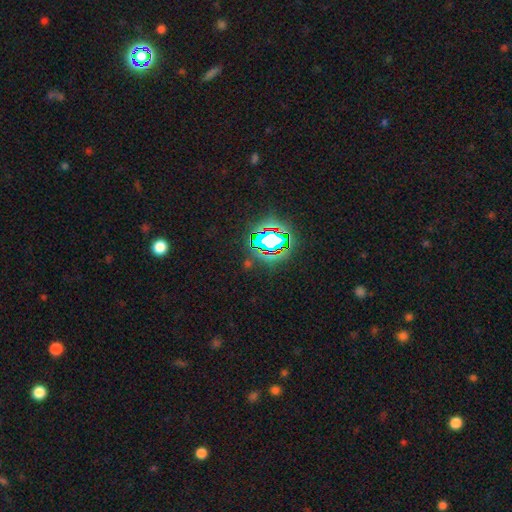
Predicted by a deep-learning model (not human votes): A star or artifact, not a galaxy (78%).

Vote fractions:
- Smooth or featured? star or artifact: 78% / smooth: 14% / featured or disk: 8%